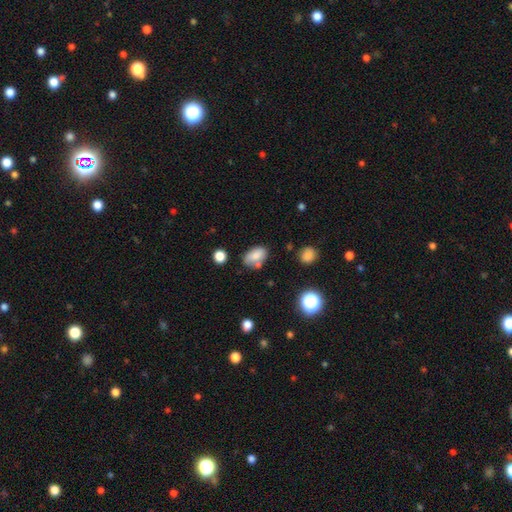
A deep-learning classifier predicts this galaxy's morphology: This appears to be a smooth galaxy with no disk features (80%) that is in between round and cigar-shaped (88%). Merging: none (60%).